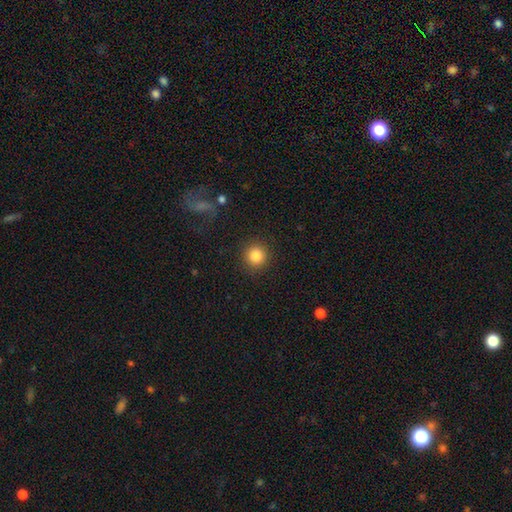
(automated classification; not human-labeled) smooth_or_featured: smooth (p=0.85) [alt: star or artifact p=0.10]
how_rounded: round (p=0.94) [alt: in between p=0.05]
merging: none (p=0.90) [alt: minor disturbance p=0.06]